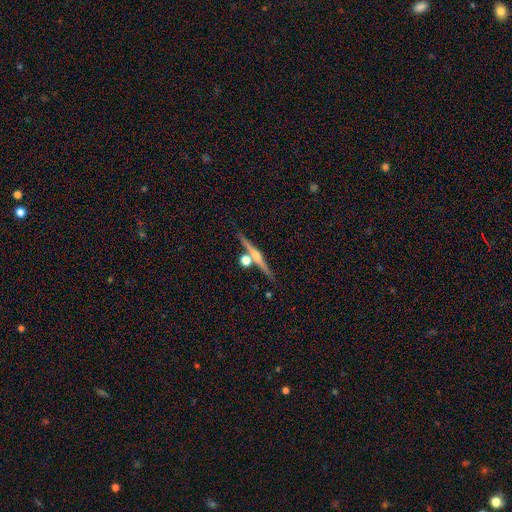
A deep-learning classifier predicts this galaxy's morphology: Smooth or featured: featured or disk — 70% (smooth — 22%)
Edge-on disk: yes — 97% (no — 3%)
Edge-on bulge: rounded — 84% (none — 10%)
Merging: none — 74% (merger — 15%)